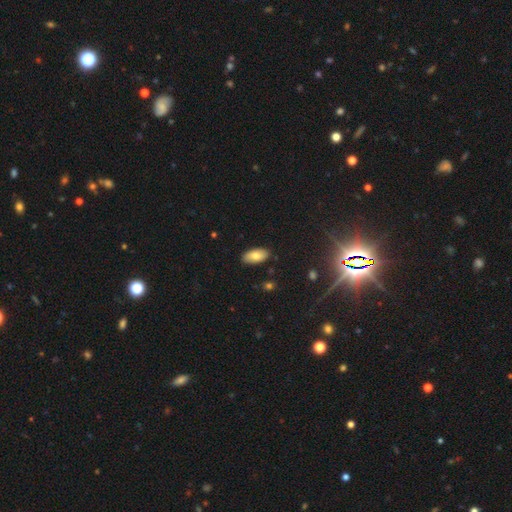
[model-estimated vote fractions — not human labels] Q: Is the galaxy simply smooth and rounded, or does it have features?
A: smooth — 77%.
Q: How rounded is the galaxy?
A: in between — 93%.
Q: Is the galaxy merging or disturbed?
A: none — 87%.